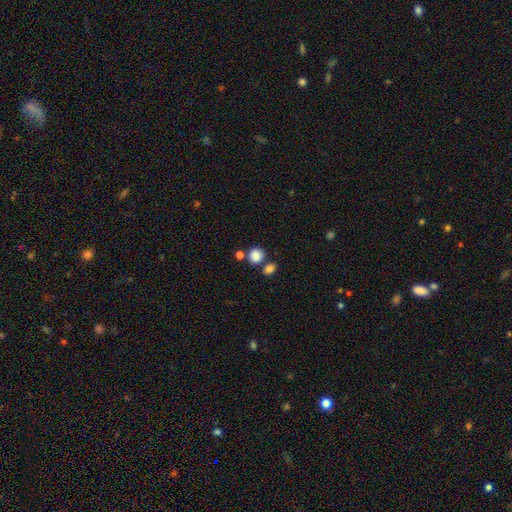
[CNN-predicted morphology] Q: Smooth or featured?
A: smooth (86%); runner-up: star or artifact (10%)
Q: How rounded?
A: round (73%); runner-up: in between (26%)
Q: Merging?
A: none (63%); runner-up: merger (22%)